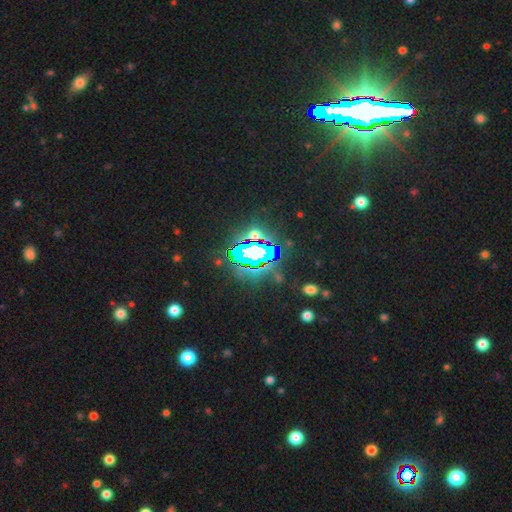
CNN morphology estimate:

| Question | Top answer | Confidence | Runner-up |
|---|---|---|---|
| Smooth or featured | star or artifact | 72% | smooth (15%) |